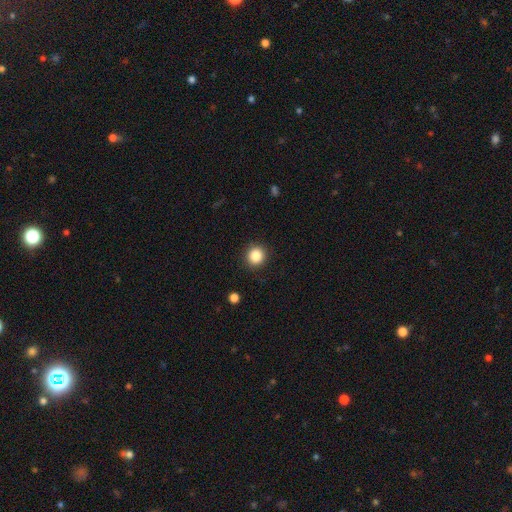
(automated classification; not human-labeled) smooth-or-featured: smooth: 86% | star or artifact: 10% | featured or disk: 4%
  how-rounded: round: 93% | in between: 6% | cigar-shaped: 1%
  merging: none: 91% | minor disturbance: 6% | major disturbance: 2% | merger: 1%